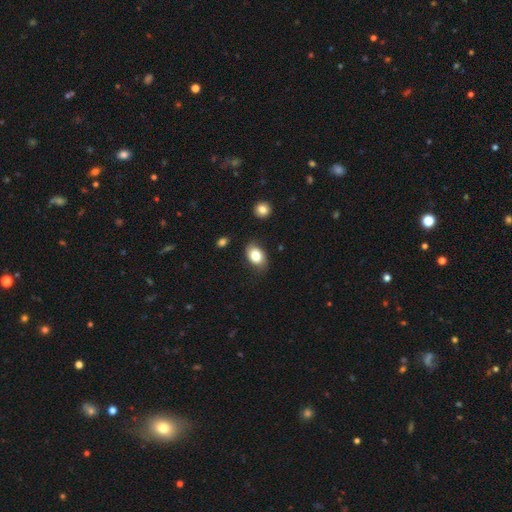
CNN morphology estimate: smooth 79%, featured or disk 13%, star or artifact 8%. Down the decision tree: how rounded — in between (81%); merging — none (75%).